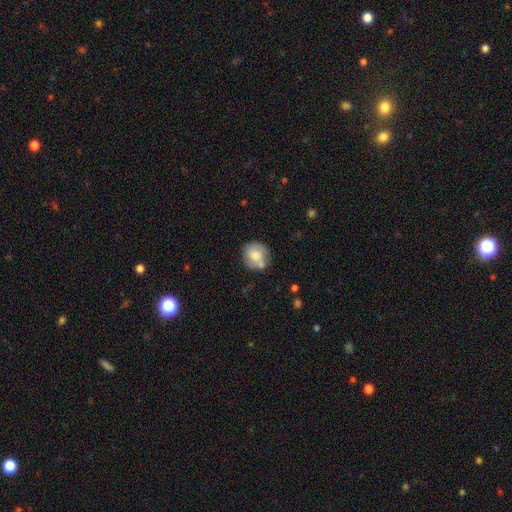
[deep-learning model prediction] Q: Smooth or featured?
A: smooth (65%); runner-up: featured or disk (27%)
Q: How rounded?
A: round (82%); runner-up: in between (17%)
Q: Merging?
A: none (62%); runner-up: minor disturbance (21%)